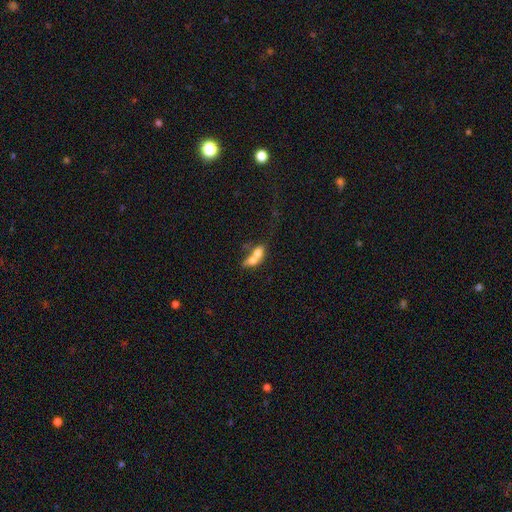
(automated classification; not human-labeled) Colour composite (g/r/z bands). It shows a smooth galaxy with no disk features (63%) that is in between round and cigar-shaped (67%). Merging: merger (71%).